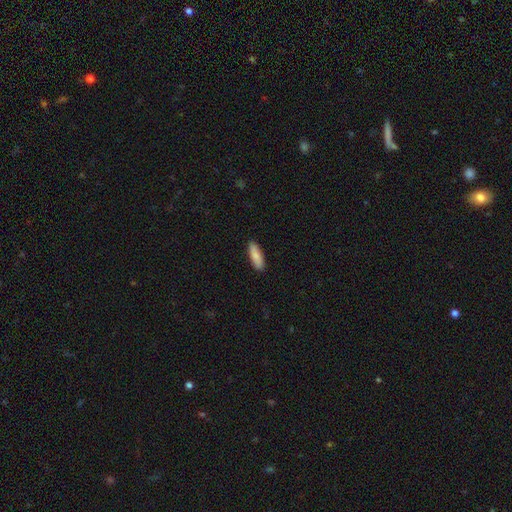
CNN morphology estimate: smooth 84%, featured or disk 10%, star or artifact 5%. Down the decision tree: how rounded — in between (52%); merging — none (90%).